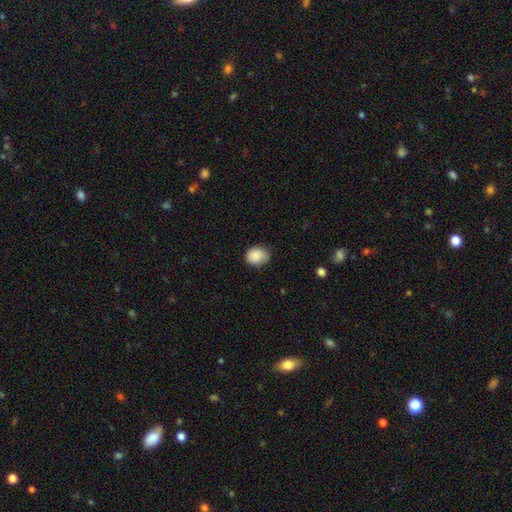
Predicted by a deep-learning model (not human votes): Overall: smooth (87%). How rounded: round (56%; in between 43%). Merging: none (70%).